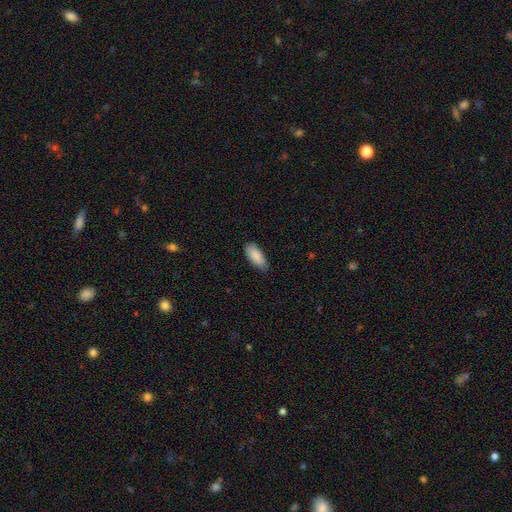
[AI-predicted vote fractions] Smooth or featured? Predicted: smooth (p=0.89). How rounded? Predicted: in between (p=0.87). Merging? Predicted: none (p=0.78).